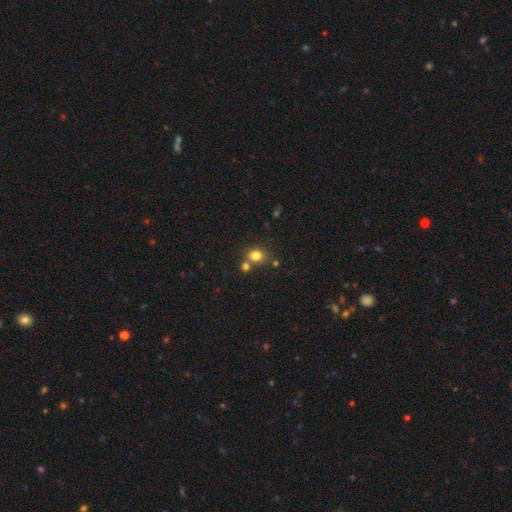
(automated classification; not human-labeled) smooth-or-featured: smooth: 80% | star or artifact: 13% | featured or disk: 7%
  how-rounded: round: 71% | in between: 28% | cigar-shaped: 1%
  merging: none: 61% | merger: 26% | minor disturbance: 10% | major disturbance: 3%